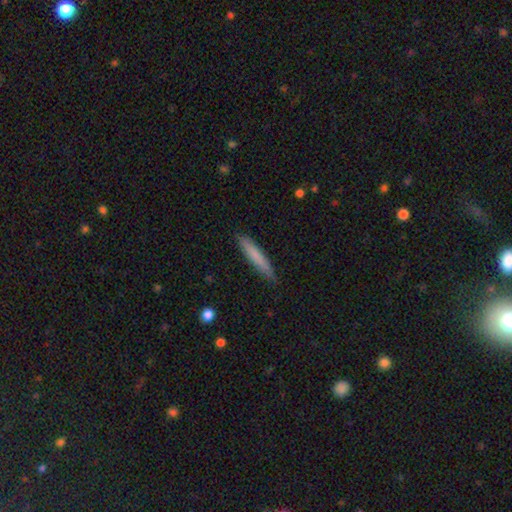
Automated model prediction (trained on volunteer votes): smooth_or_featured: smooth (p=0.76) [alt: featured or disk p=0.18]
how_rounded: cigar-shaped (p=0.93) [alt: in between p=0.06]
merging: none (p=0.85) [alt: minor disturbance p=0.12]